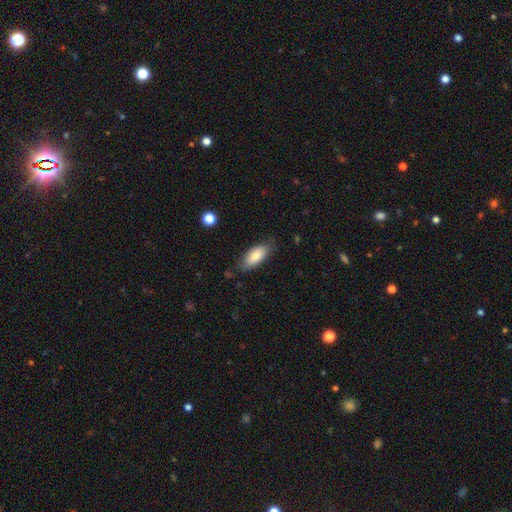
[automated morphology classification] Smooth or featured?
  - smooth: 81% *
  - featured or disk: 13%
  - star or artifact: 6%
How rounded?
  - in between: 86% *
  - cigar-shaped: 12%
  - round: 2%
Merging?
  - none: 75% *
  - minor disturbance: 19%
  - major disturbance: 4%
  - merger: 2%